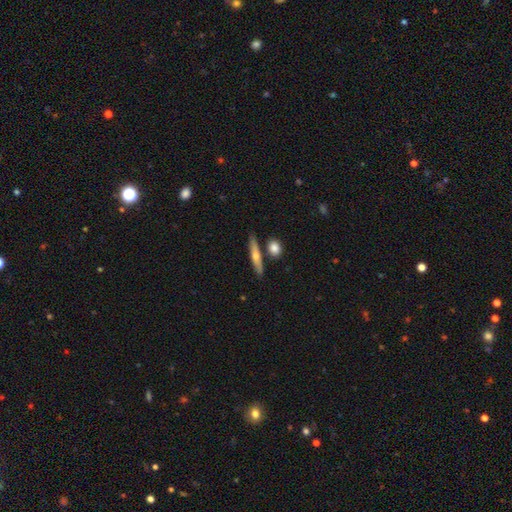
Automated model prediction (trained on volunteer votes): smooth-or-featured: featured or disk: 49% | smooth: 45% | star or artifact: 7%
  merging: none: 79% | minor disturbance: 10% | merger: 8% | major disturbance: 2%